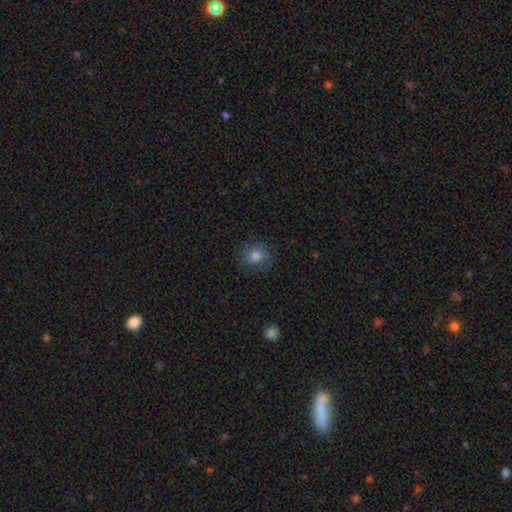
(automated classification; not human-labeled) This is possibly a smooth galaxy (59%). How rounded: clearly round (81%). Merging: likely none (79%).